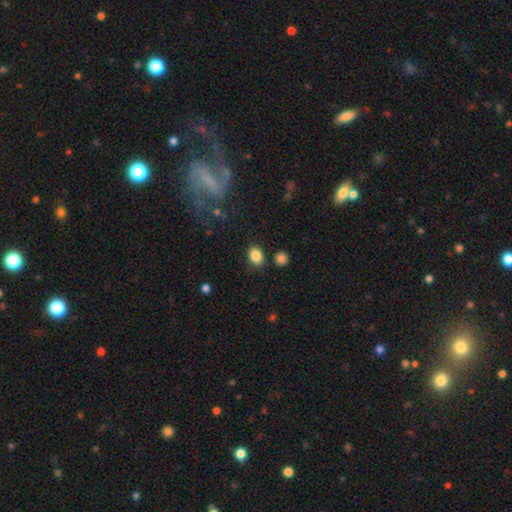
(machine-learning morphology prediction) smooth_or_featured: smooth (p=0.86) [alt: star or artifact p=0.09]
how_rounded: in between (p=0.69) [alt: round p=0.30]
merging: none (p=0.82) [alt: minor disturbance p=0.11]